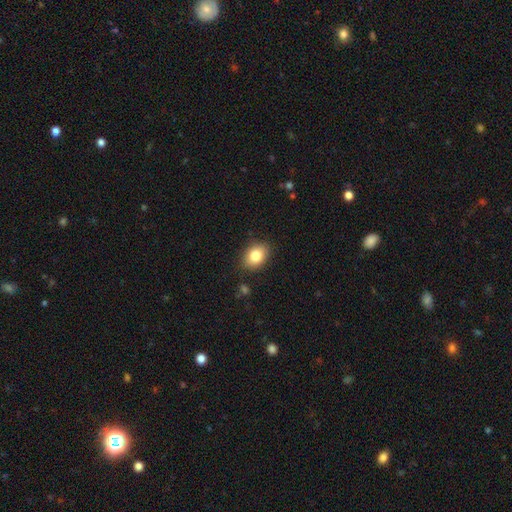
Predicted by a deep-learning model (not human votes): A smooth galaxy with no disk features (83%) that is in between round and cigar-shaped (70%).

Vote fractions:
- Smooth or featured? smooth: 83% / star or artifact: 9% / featured or disk: 8%
- How rounded? in between: 70% / round: 28% / cigar-shaped: 1%
- Merging? none: 86% / minor disturbance: 10% / major disturbance: 2% / merger: 1%